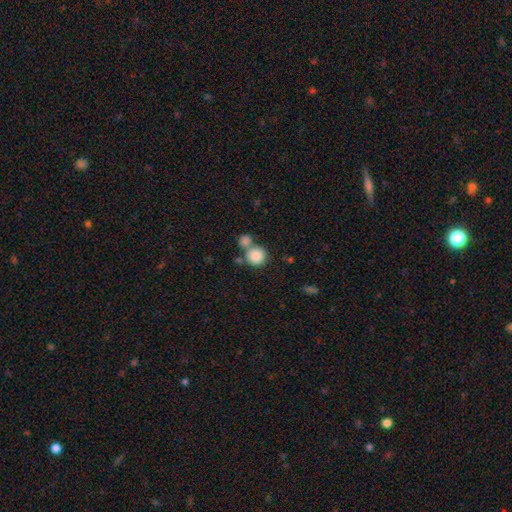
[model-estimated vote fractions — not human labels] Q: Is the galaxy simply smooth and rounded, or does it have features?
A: smooth — 85%.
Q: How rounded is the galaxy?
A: round — 90%.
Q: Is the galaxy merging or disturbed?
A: none — 49%.